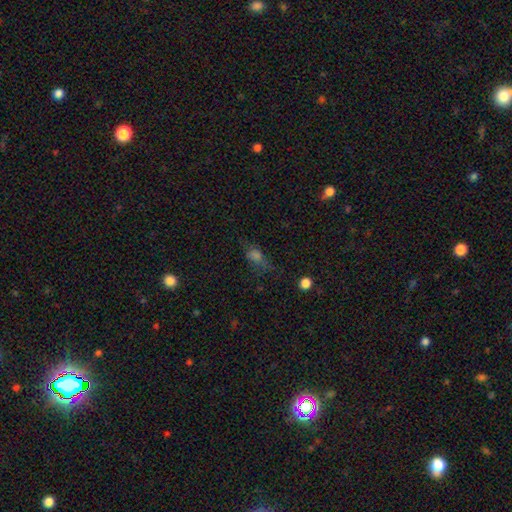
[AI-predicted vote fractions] smooth 58%, star or artifact 25%, featured or disk 18%. Down the decision tree: how rounded — in between (63%); merging — none (51%).